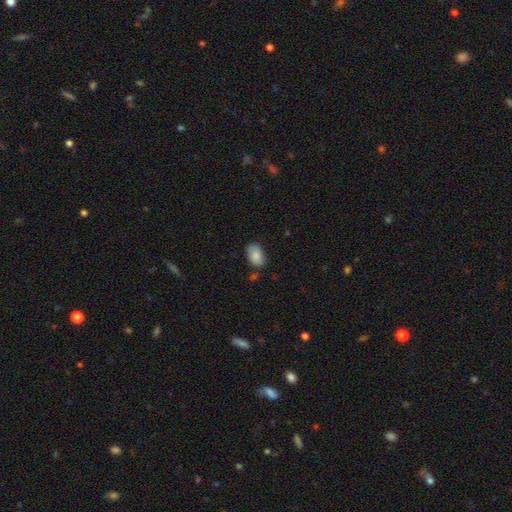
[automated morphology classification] This appears to be a smooth galaxy with no disk features (85%) that is in between round and cigar-shaped (88%). Merging: none (65%).